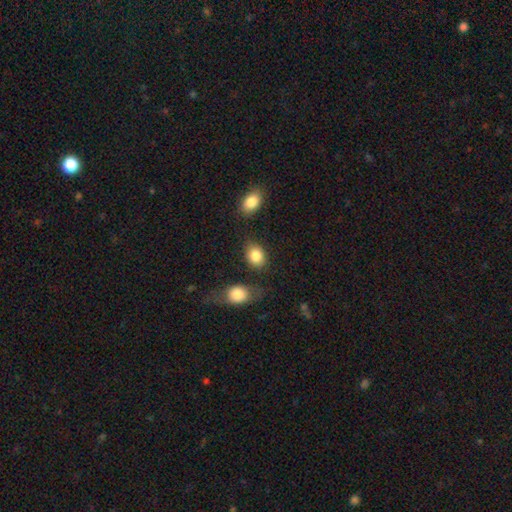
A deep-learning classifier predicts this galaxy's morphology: Smooth or featured? smooth (85%)
How rounded? in between (66%)
Merging? none (71%)